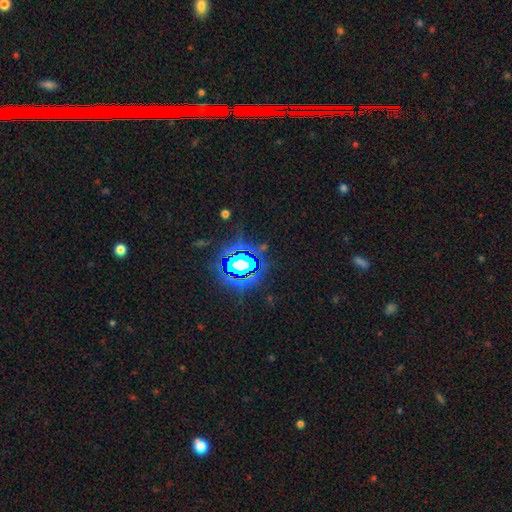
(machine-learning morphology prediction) Q: Smooth or featured?
A: star or artifact (83%); runner-up: smooth (10%)